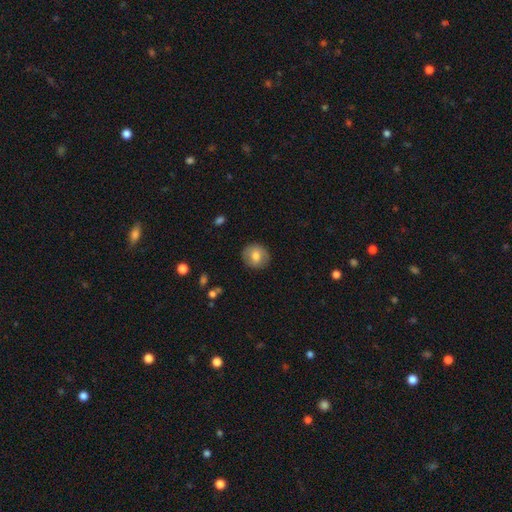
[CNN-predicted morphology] type=smooth (74%); roundness=round (84%); merging=none (87%).